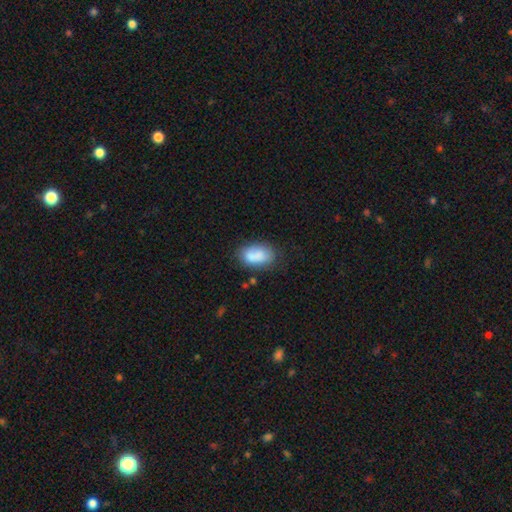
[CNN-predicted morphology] Smooth or featured: smooth — 82% (featured or disk — 11%)
How rounded: in between — 90% (round — 8%)
Merging: none — 64% (minor disturbance — 22%)